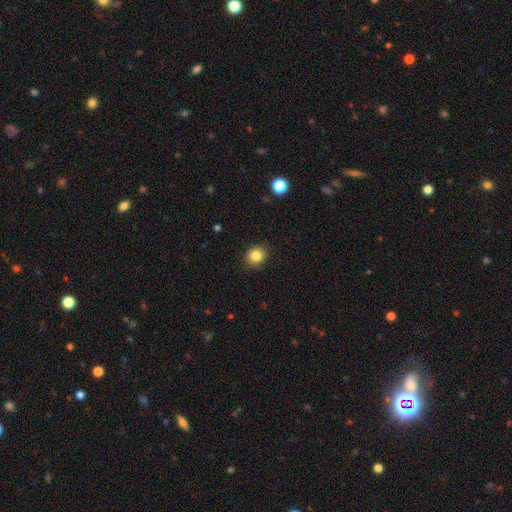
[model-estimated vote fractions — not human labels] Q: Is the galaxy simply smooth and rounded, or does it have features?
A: smooth — 84%.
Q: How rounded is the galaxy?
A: round — 74%.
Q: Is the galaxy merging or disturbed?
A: none — 87%.